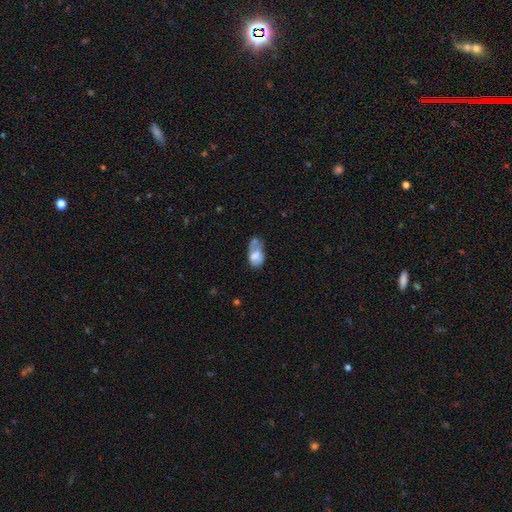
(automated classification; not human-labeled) Smooth or featured? Predicted: smooth (p=0.62). How rounded? Predicted: in between (p=0.91). Merging? Predicted: minor disturbance (p=0.29).